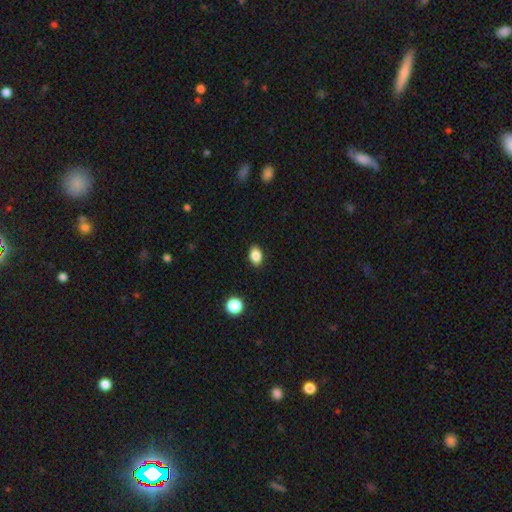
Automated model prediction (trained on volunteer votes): The model was most divided on "how rounded": in between: 82%, round: 17%, cigar-shaped: 1%. More confident: merging — none (88%); smooth or featured — smooth (86%).